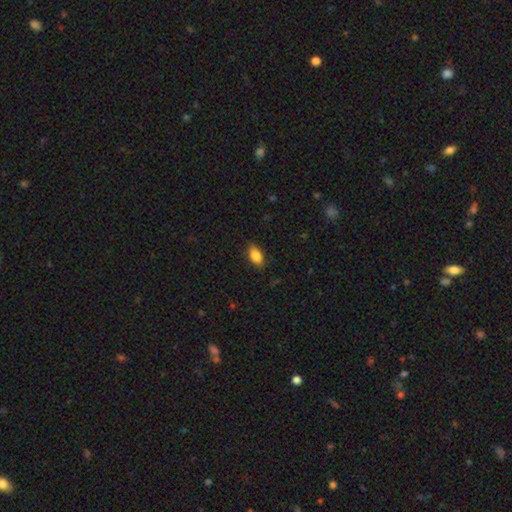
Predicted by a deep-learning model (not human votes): Overall: smooth (86%). How rounded: in between (90%). Merging: none (84%).